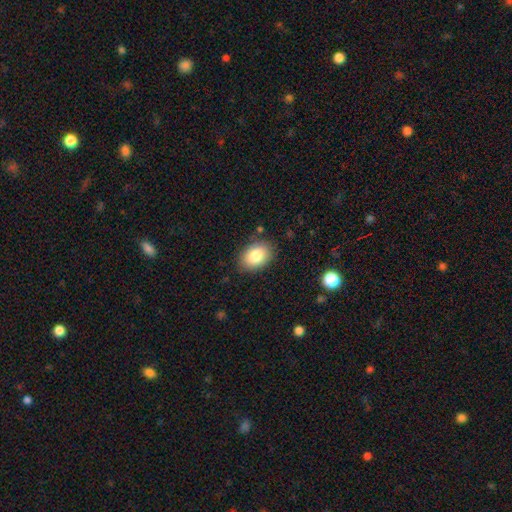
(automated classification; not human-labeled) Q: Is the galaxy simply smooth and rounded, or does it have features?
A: smooth — 83%.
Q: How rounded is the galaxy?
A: in between — 78%.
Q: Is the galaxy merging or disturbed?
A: none — 84%.